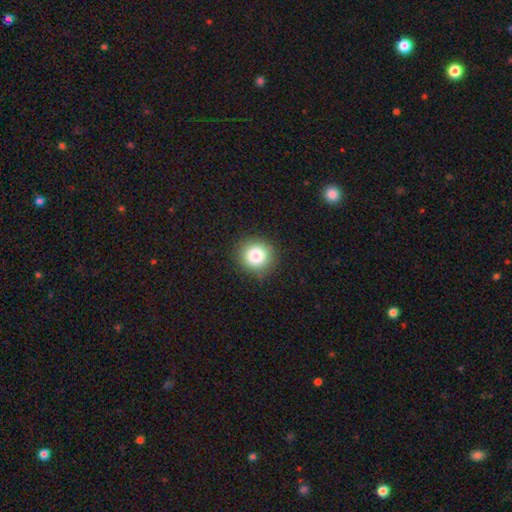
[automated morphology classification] Smooth or featured: smooth — 83% (star or artifact — 11%)
How rounded: round — 93% (in between — 6%)
Merging: none — 88% (minor disturbance — 8%)